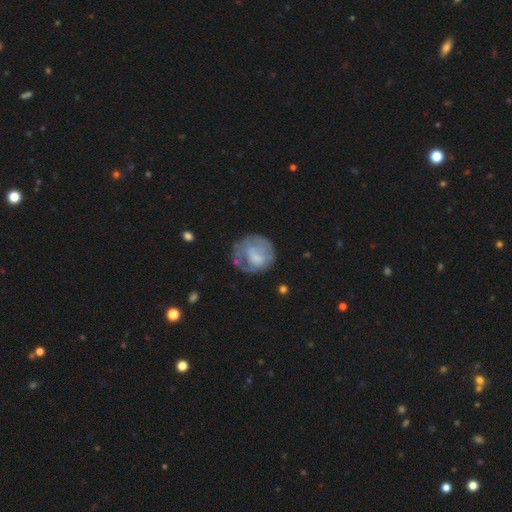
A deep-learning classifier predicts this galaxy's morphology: A smooth galaxy with no disk features (47%).

Vote fractions:
- Smooth or featured? smooth: 47% / featured or disk: 45% / star or artifact: 8%
- Merging? none: 52% / minor disturbance: 24% / major disturbance: 20% / merger: 4%